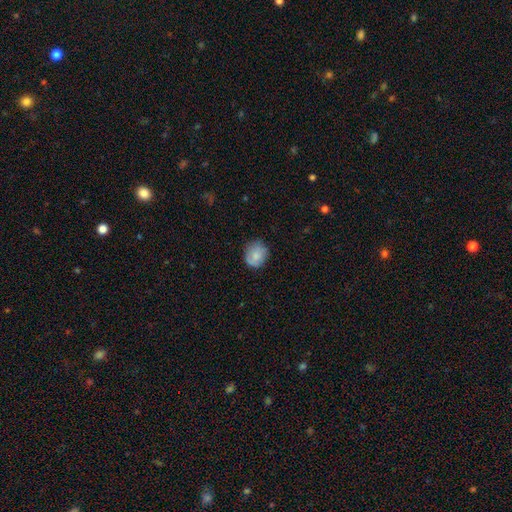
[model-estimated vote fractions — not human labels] This is likely a smooth galaxy (78%). How rounded: likely round (73%). Merging: likely none (74%).